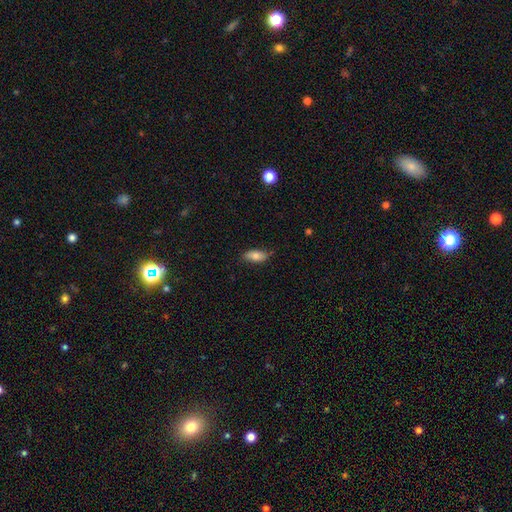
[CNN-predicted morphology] This is likely a smooth galaxy (78%). How rounded: clearly in between (85%). Merging: likely none (77%).